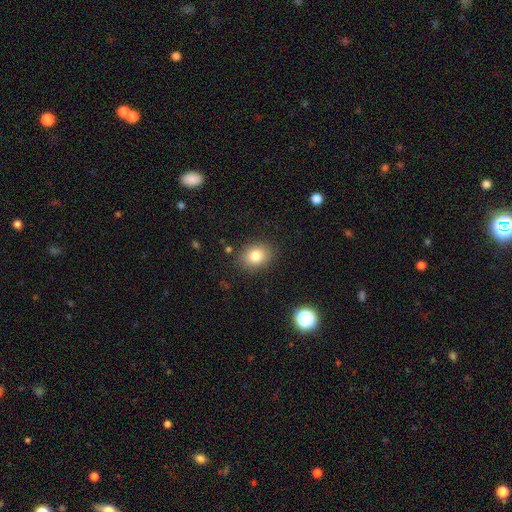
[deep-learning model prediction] This appears to be a smooth galaxy with no disk features (81%) that is in between round and cigar-shaped (55%). Merging: none (86%).